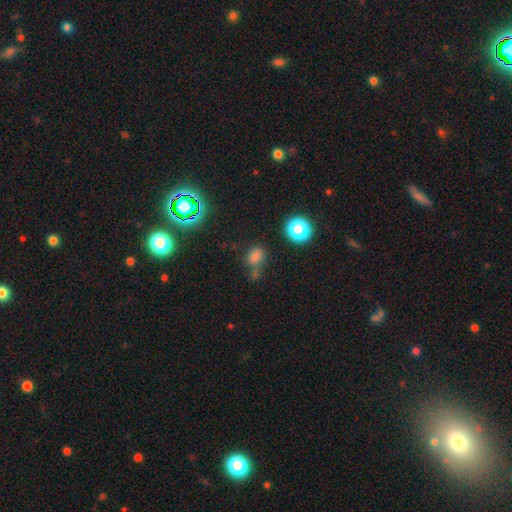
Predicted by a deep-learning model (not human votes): Smooth or featured: smooth — 69% (star or artifact — 24%)
How rounded: in between — 59% (round — 38%)
Merging: none — 50% (minor disturbance — 20%)